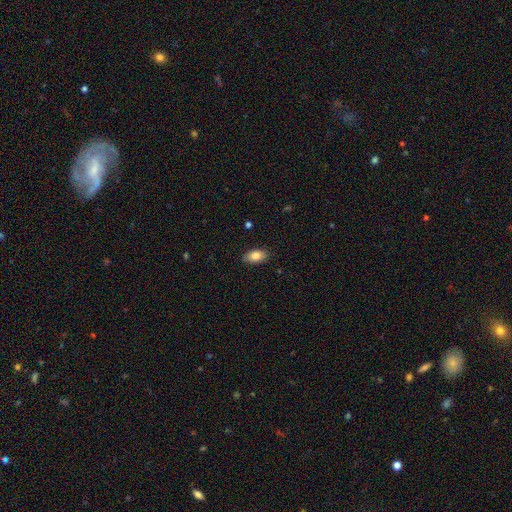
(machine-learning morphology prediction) This is clearly a smooth galaxy (84%). How rounded: clearly in between (93%). Merging: clearly none (88%).